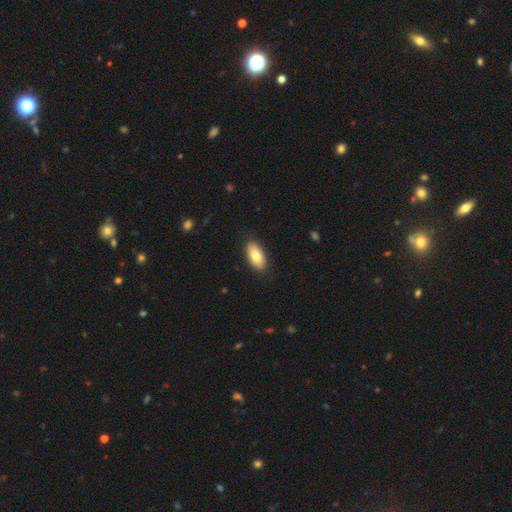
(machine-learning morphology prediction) This is likely a smooth galaxy (77%). How rounded: clearly in between (93%). Merging: clearly none (88%).